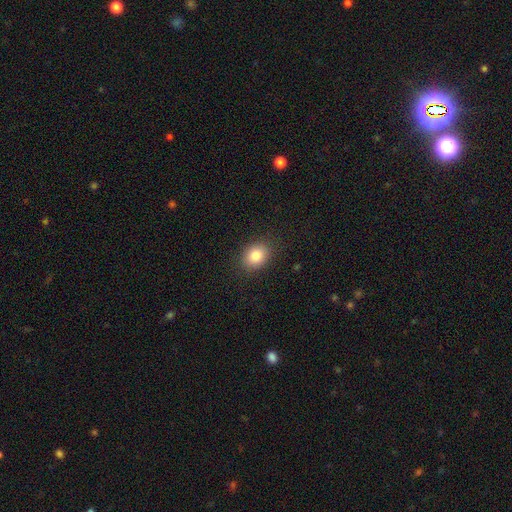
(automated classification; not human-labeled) This appears to be a smooth galaxy with no disk features (83%) that is in between round and cigar-shaped (55%). Merging: none (87%).